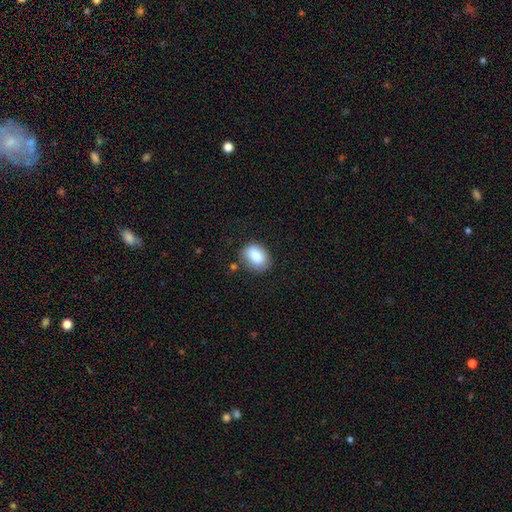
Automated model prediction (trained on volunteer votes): smooth 82%, featured or disk 10%, star or artifact 8%. Down the decision tree: how rounded — in between (73%); merging — none (70%).